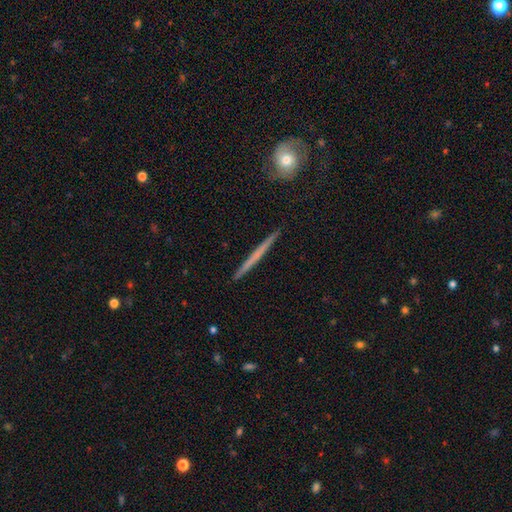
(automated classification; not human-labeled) A featured or disk galaxy (58%) viewed edge-on (96%) with no central bulge (88%). Merging: none (91%).